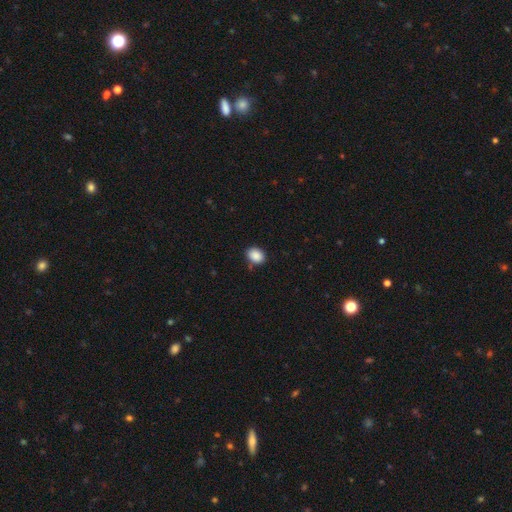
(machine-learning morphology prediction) Q: Smooth or featured?
A: smooth (89%); runner-up: star or artifact (8%)
Q: How rounded?
A: in between (61%); runner-up: round (38%)
Q: Merging?
A: none (83%); runner-up: minor disturbance (12%)